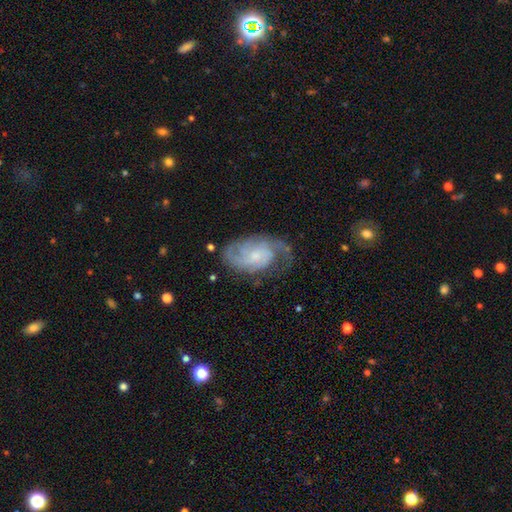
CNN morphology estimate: A featured or disk galaxy (83%) with no bar (64%), 2 (39%) tight (45%) spiral arms (96%) and a small central bulge (62%).

Vote fractions:
- Smooth or featured? featured or disk: 83% / smooth: 11% / star or artifact: 5%
- Edge-on disk? no: 97% / yes: 3%
- Bar? no: 64% / weak: 32% / strong: 4%
- Spiral arms? yes: 96% / no: 4%
- Spiral winding? tight: 45% / medium: 42% / loose: 13%
- Spiral arm count? 2: 39% / 3: 22% / can't tell: 22% / 4: 6% / 1: 6% / more than 4: 4%
- Bulge size? small: 62% / moderate: 25% / none: 10% / large: 3% / dominant: 1%
- Merging? none: 63% / minor disturbance: 22% / major disturbance: 13% / merger: 2%